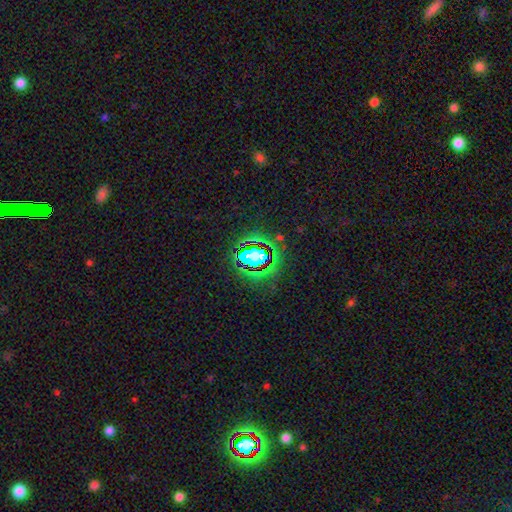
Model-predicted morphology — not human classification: Smooth or featured? star or artifact (75%)